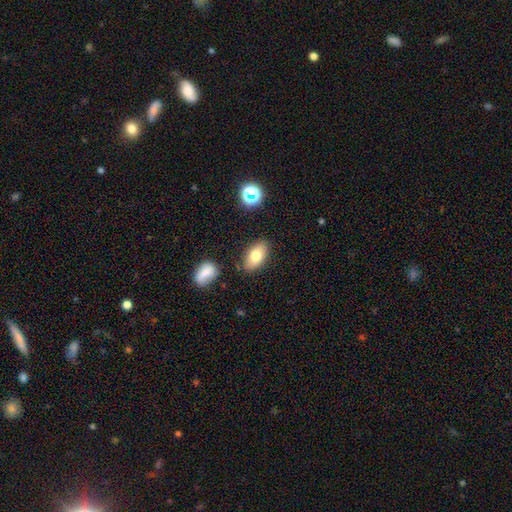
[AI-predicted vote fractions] Q: Smooth or featured?
A: smooth (77%); runner-up: featured or disk (15%)
Q: How rounded?
A: in between (91%); runner-up: round (7%)
Q: Merging?
A: none (82%); runner-up: minor disturbance (12%)